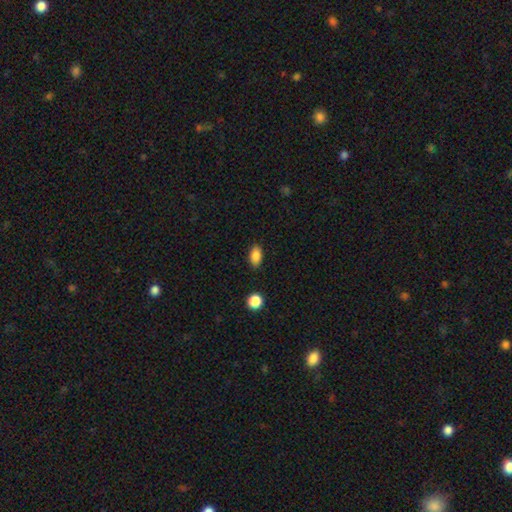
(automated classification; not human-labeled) Smooth or featured? Predicted: smooth (p=0.86). How rounded? Predicted: in between (p=0.88). Merging? Predicted: none (p=0.87).